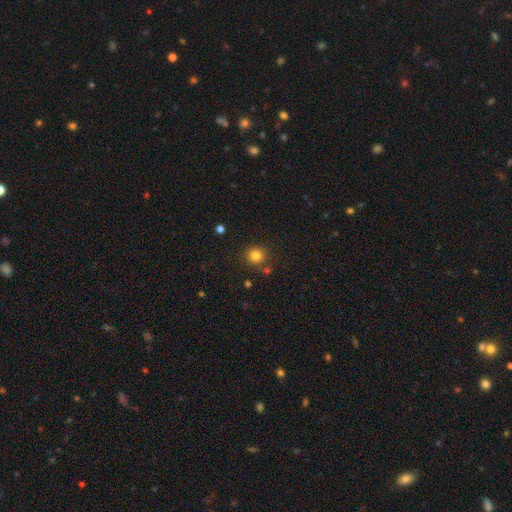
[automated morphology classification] smooth 81%, star or artifact 13%, featured or disk 6%. Down the decision tree: how rounded — round (91%); merging — none (82%).